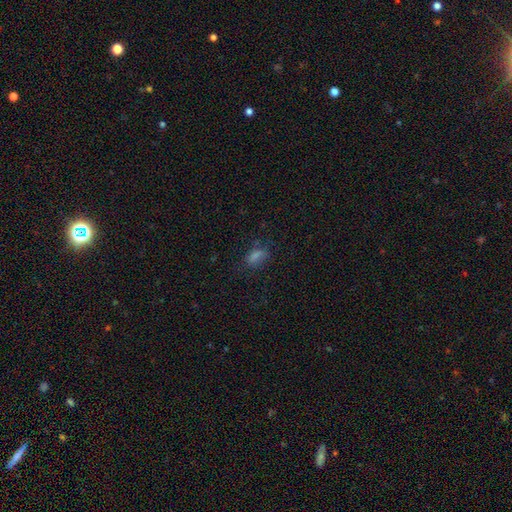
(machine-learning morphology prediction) The model was most divided on "merging": none: 67%, minor disturbance: 21%, major disturbance: 9%, merger: 2%. More confident: how rounded — in between (82%); smooth or featured — smooth (75%).